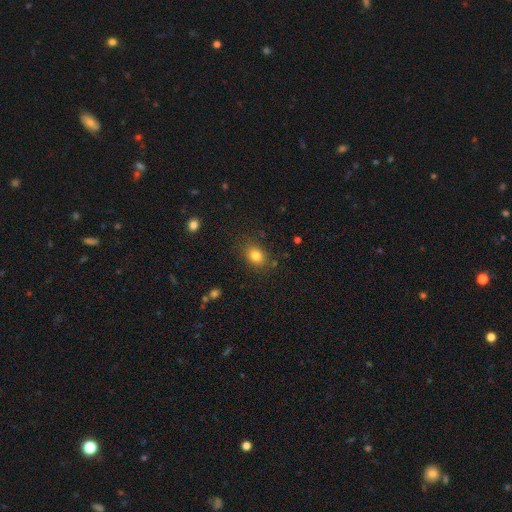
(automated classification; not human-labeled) Morphology: type=smooth (81%); roundness=in between (59%); merging=none (82%).